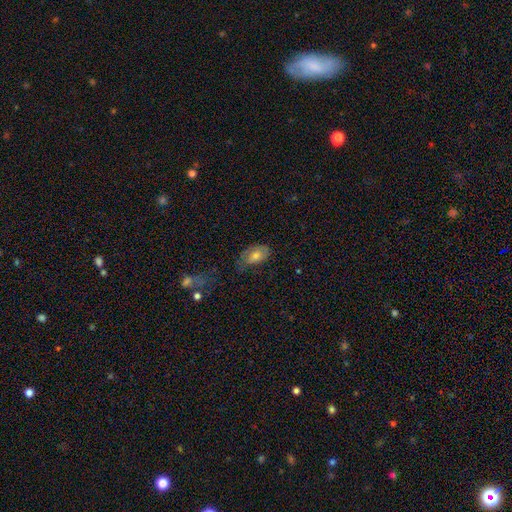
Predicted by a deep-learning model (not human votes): Smooth or featured? smooth (60%)
How rounded? in between (89%)
Merging? none (44%)